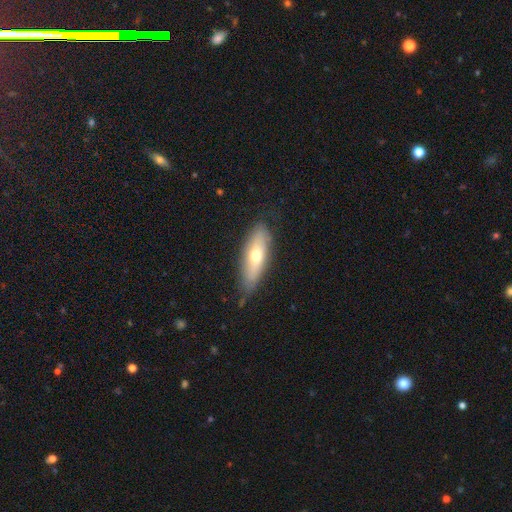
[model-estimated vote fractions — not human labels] Smooth or featured?
  - smooth: 56% *
  - featured or disk: 37%
  - star or artifact: 6%
How rounded?
  - in between: 59% *
  - cigar-shaped: 38%
  - round: 3%
Merging?
  - none: 75% *
  - minor disturbance: 19%
  - major disturbance: 4%
  - merger: 1%